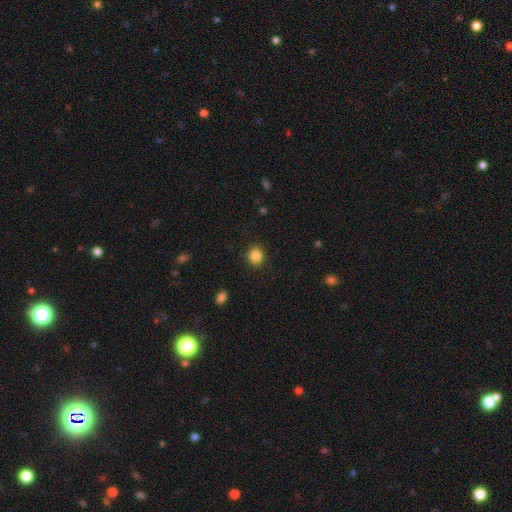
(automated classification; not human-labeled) Smooth or featured: smooth — 85% (star or artifact — 11%)
How rounded: round — 80% (in between — 19%)
Merging: none — 90% (minor disturbance — 7%)